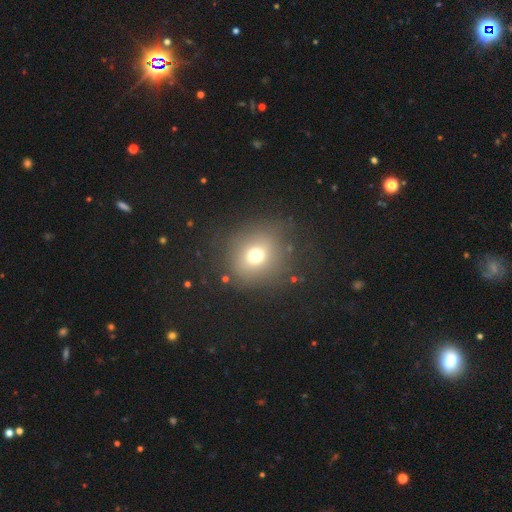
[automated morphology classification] Q: Smooth or featured?
A: smooth (69%); runner-up: star or artifact (17%)
Q: How rounded?
A: round (85%); runner-up: in between (14%)
Q: Merging?
A: none (77%); runner-up: minor disturbance (12%)